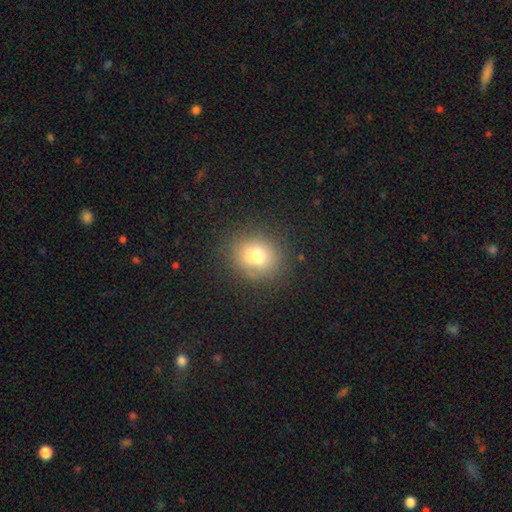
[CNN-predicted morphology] type=smooth (75%); roundness=round (75%); merging=none (83%).